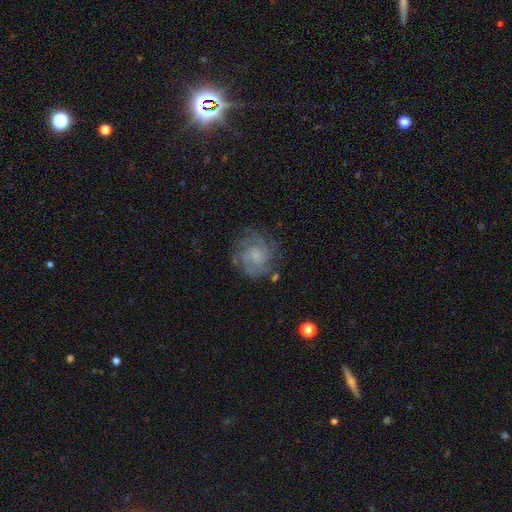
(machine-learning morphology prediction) This appears to be a featured or disk galaxy (69%) with no bar (73%), tight (57%) spiral arms (90%) and a small central bulge (54%). Merging: none (72%).